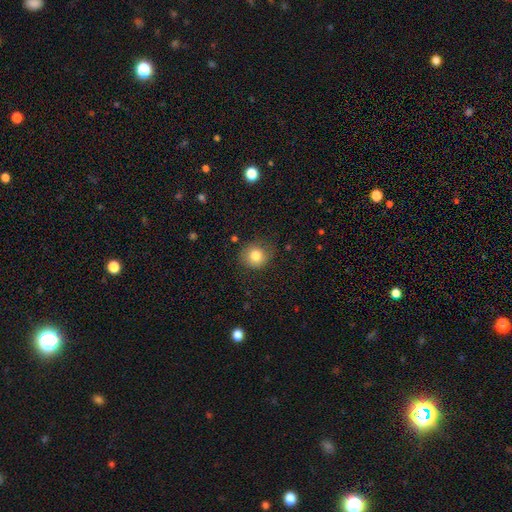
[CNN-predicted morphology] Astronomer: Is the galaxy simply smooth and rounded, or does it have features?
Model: smooth — 81%.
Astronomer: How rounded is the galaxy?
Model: round — 86%.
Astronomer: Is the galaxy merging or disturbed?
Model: none — 81%.